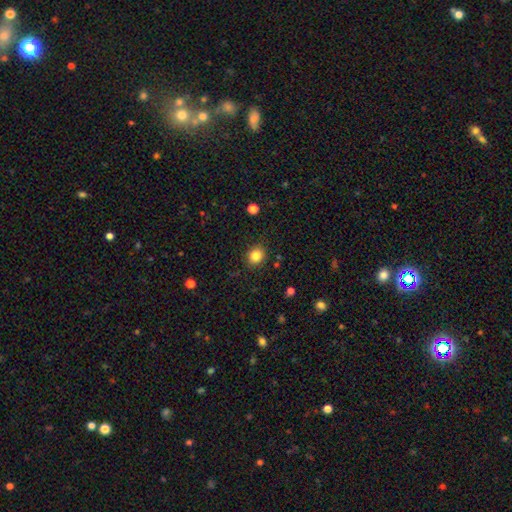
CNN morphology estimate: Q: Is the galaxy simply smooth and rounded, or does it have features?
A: smooth — 84%.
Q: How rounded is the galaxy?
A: round — 69%.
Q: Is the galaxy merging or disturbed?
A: none — 88%.